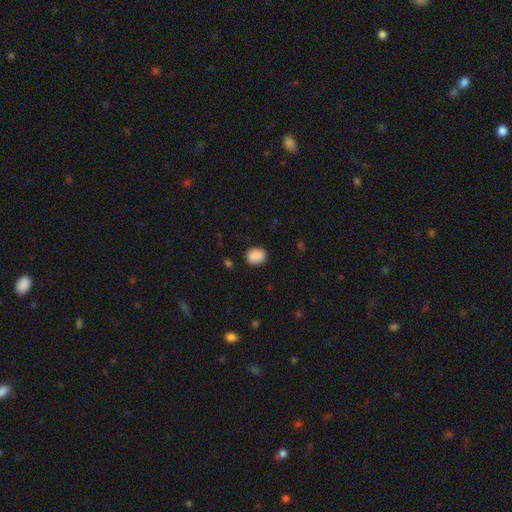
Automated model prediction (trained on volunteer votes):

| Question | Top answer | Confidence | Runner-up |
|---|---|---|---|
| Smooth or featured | smooth | 89% | star or artifact (8%) |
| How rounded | round | 57% | in between (42%) |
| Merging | none | 85% | minor disturbance (11%) |